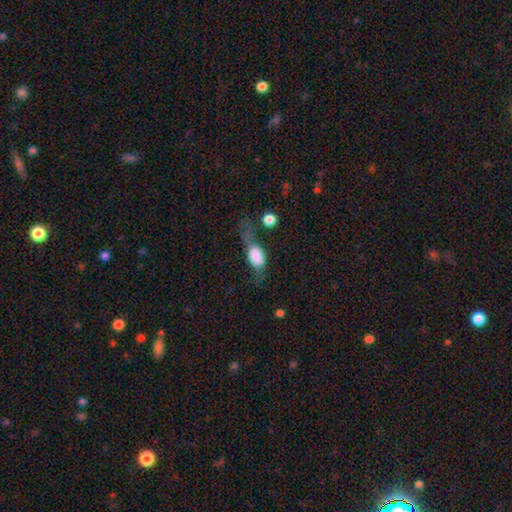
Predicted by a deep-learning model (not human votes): The model was most divided on "merging": major disturbance: 39%, none: 25%, minor disturbance: 25%, merger: 11%. More confident: how rounded — in between (79%); smooth or featured — smooth (67%).